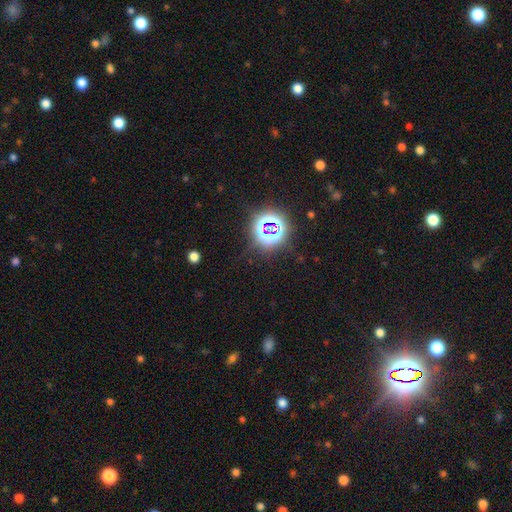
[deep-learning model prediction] Q: Smooth or featured?
A: star or artifact (79%); runner-up: smooth (14%)